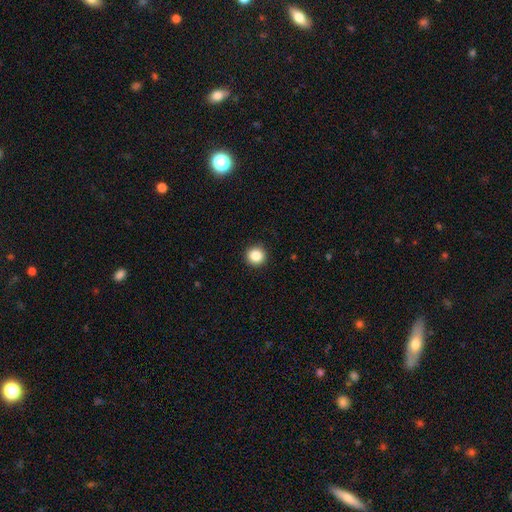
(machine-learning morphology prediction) Smooth or featured? Predicted: smooth (p=0.86). How rounded? Predicted: round (p=0.95). Merging? Predicted: none (p=0.93).